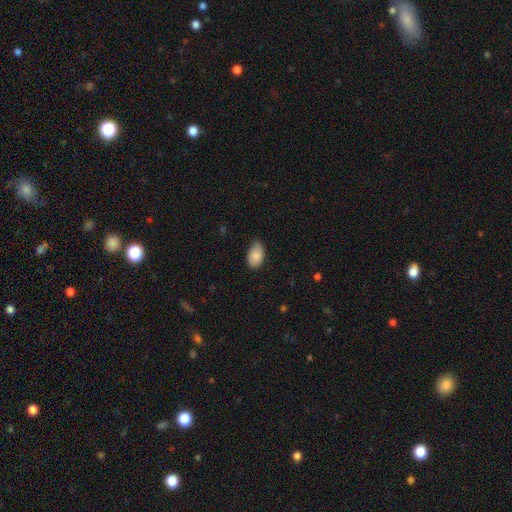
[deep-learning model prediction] Smooth or featured: smooth — 85% (featured or disk — 9%)
How rounded: in between — 92% (round — 7%)
Merging: none — 66% (minor disturbance — 29%)